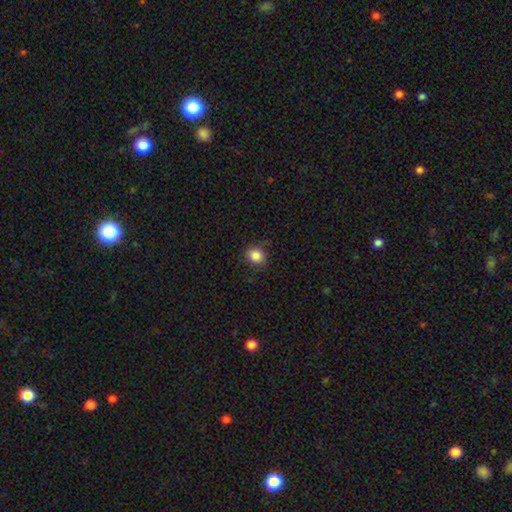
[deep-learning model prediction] smooth_or_featured: smooth (p=0.85) [alt: star or artifact p=0.10]
how_rounded: round (p=0.70) [alt: in between p=0.29]
merging: none (p=0.86) [alt: minor disturbance p=0.10]